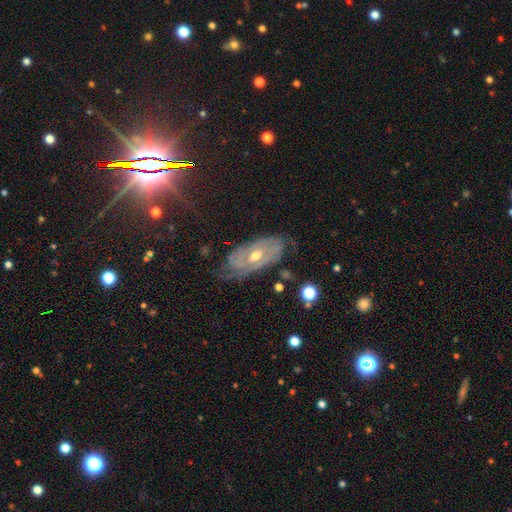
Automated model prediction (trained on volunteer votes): This is clearly a featured or disk galaxy (81%). It is clearly not viewed edge-on (91%). Bar: possibly no (52%). Spiral arm pattern: clearly yes (89%). Spiral arm count: marginally can't tell (41%). Spiral winding: likely tight (70%). Central bulge: likely moderate (73%). Merging: likely none (67%).